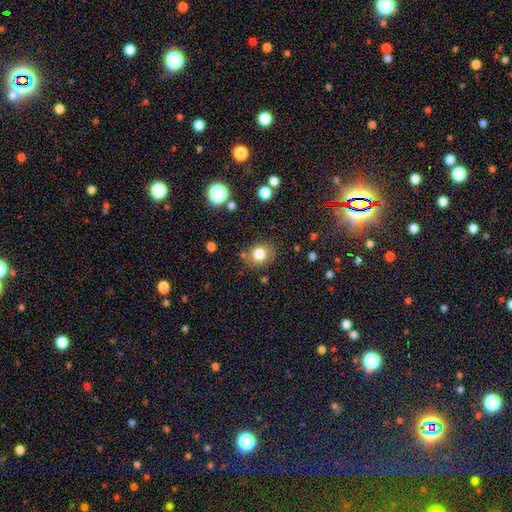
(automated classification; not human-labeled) This appears to be a smooth galaxy with no disk features (80%) that is round (71%). Merging: none (79%).